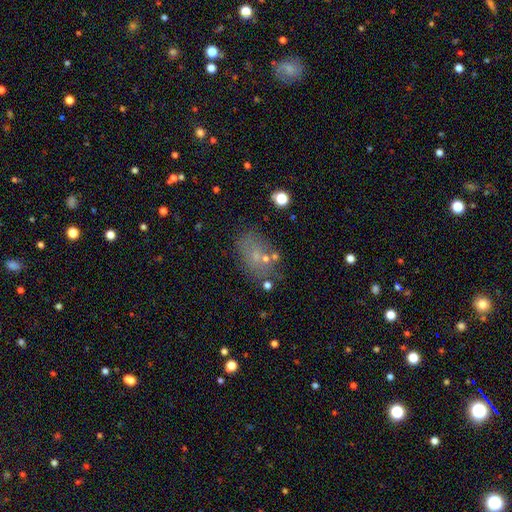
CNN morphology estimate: type=smooth (53%); roundness=in between (83%); merging=none (67%).